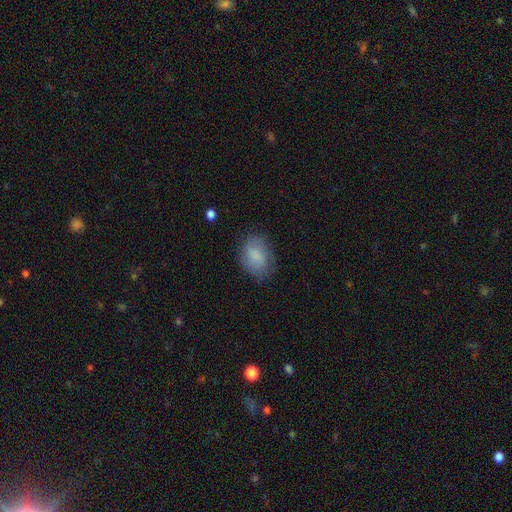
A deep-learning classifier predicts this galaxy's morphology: A smooth galaxy with no disk features (79%) that is in between round and cigar-shaped (76%).

Vote fractions:
- Smooth or featured? smooth: 79% / featured or disk: 14% / star or artifact: 7%
- How rounded? in between: 76% / round: 22% / cigar-shaped: 1%
- Merging? none: 71% / minor disturbance: 21% / major disturbance: 7% / merger: 1%